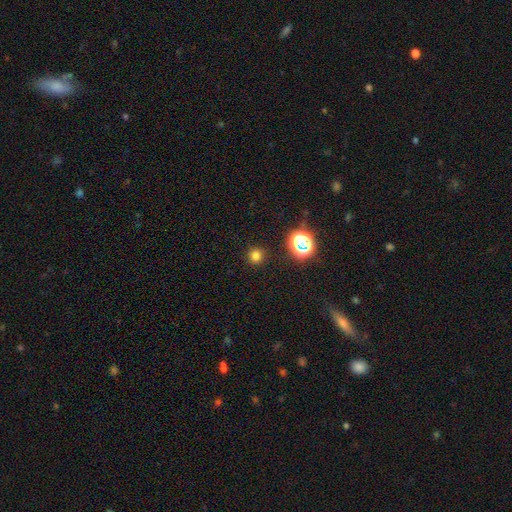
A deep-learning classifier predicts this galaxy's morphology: A smooth galaxy with no disk features (75%) that is round (93%).

Vote fractions:
- Smooth or featured? smooth: 75% / star or artifact: 20% / featured or disk: 5%
- How rounded? round: 93% / in between: 6% / cigar-shaped: 1%
- Merging? none: 90% / minor disturbance: 6% / major disturbance: 2% / merger: 2%